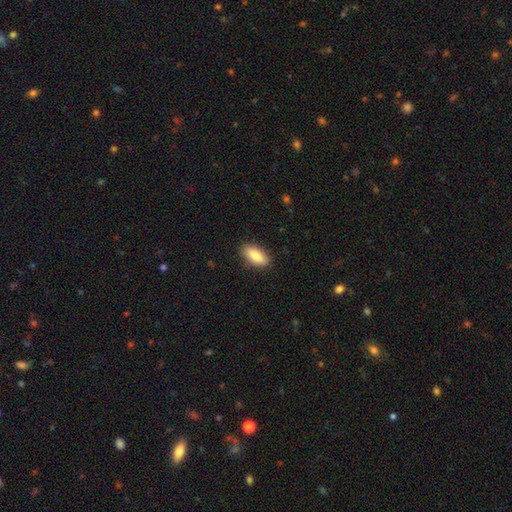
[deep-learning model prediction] smooth-or-featured: smooth: 85% | featured or disk: 9% | star or artifact: 6%
  how-rounded: in between: 83% | cigar-shaped: 15% | round: 3%
  merging: none: 88% | minor disturbance: 9% | major disturbance: 2% | merger: 1%